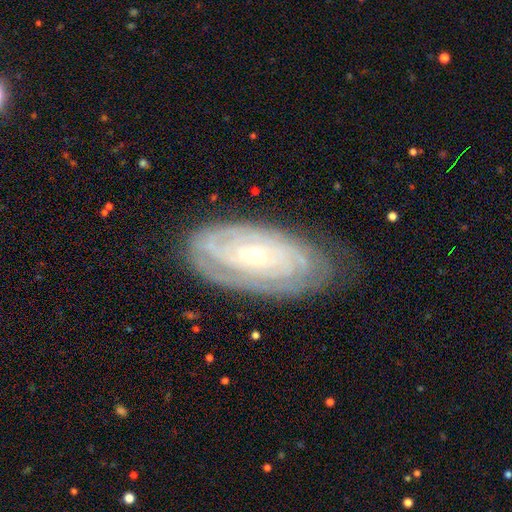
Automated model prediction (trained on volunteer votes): Smooth or featured? Predicted: featured or disk (p=0.79). Edge-on disk? Predicted: no (p=0.92). Bar? Predicted: no (p=0.76). Spiral arms? Predicted: yes (p=0.90). Spiral winding? Predicted: tight (p=0.81). Spiral arm count? Predicted: can't tell (p=0.51). Bulge size? Predicted: small (p=0.74). Merging? Predicted: none (p=0.75).